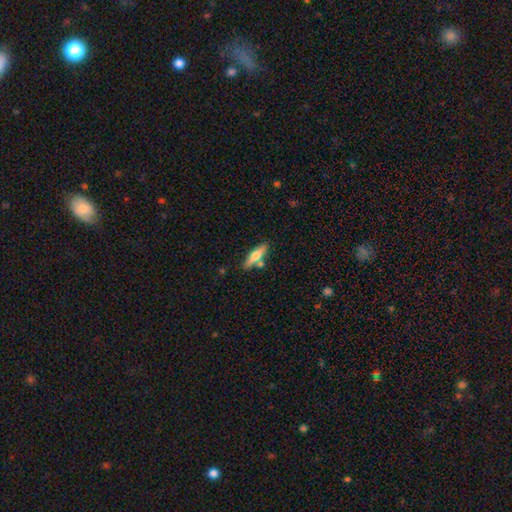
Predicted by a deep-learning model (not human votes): Smooth or featured? smooth (55%)
How rounded? cigar-shaped (71%)
Merging? none (75%)